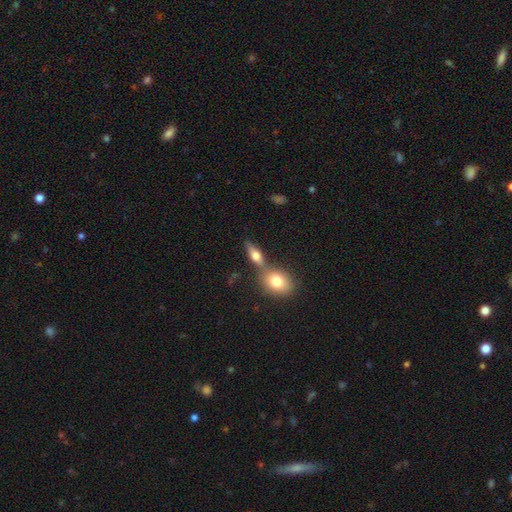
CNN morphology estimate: Smooth or featured?
  - smooth: 62% *
  - featured or disk: 29%
  - star or artifact: 9%
How rounded?
  - in between: 65% *
  - cigar-shaped: 22%
  - round: 13%
Merging?
  - none: 52% *
  - merger: 34%
  - minor disturbance: 10%
  - major disturbance: 4%